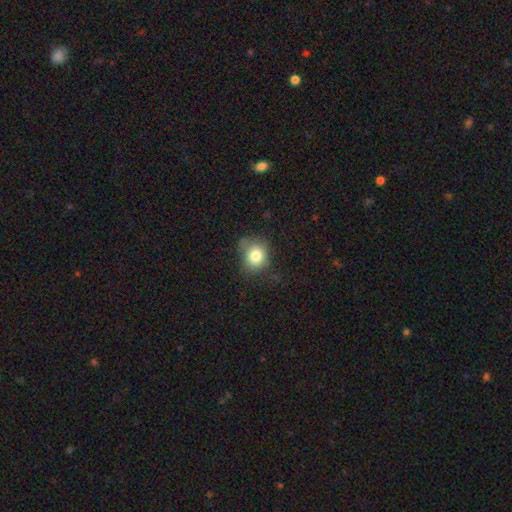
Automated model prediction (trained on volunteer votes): smooth_or_featured: smooth (p=0.79) [alt: star or artifact p=0.11]
how_rounded: round (p=0.70) [alt: in between p=0.29]
merging: none (p=0.60) [alt: minor disturbance p=0.28]